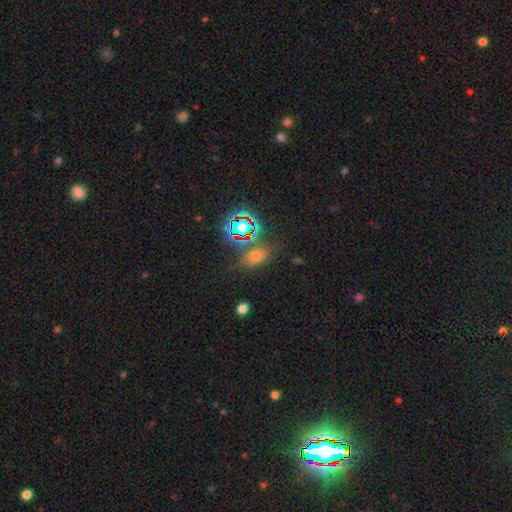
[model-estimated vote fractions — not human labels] This is possibly a smooth galaxy (54%). How rounded: likely in between (73%). Merging: likely none (64%).